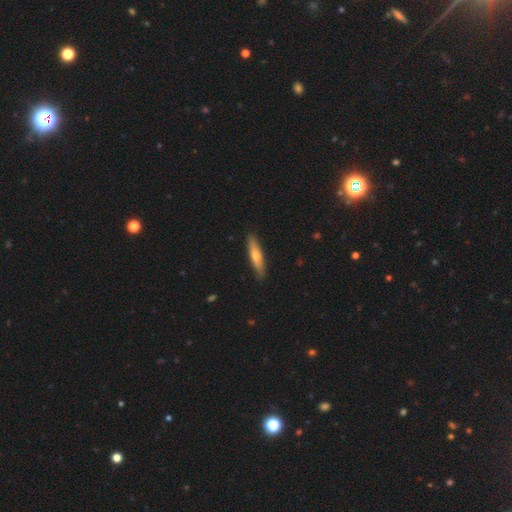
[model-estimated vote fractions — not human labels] smooth-or-featured: smooth: 61% | featured or disk: 34% | star or artifact: 5%
  how-rounded: cigar-shaped: 85% | in between: 14% | round: 2%
  merging: none: 89% | minor disturbance: 8% | major disturbance: 2% | merger: 1%